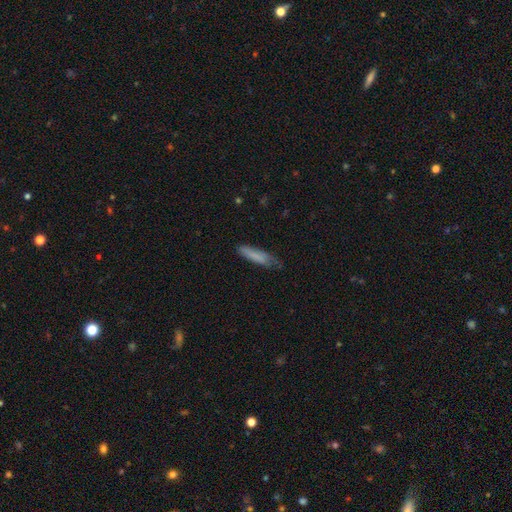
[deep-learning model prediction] Smooth or featured? smooth (79%)
How rounded? cigar-shaped (79%)
Merging? none (59%)